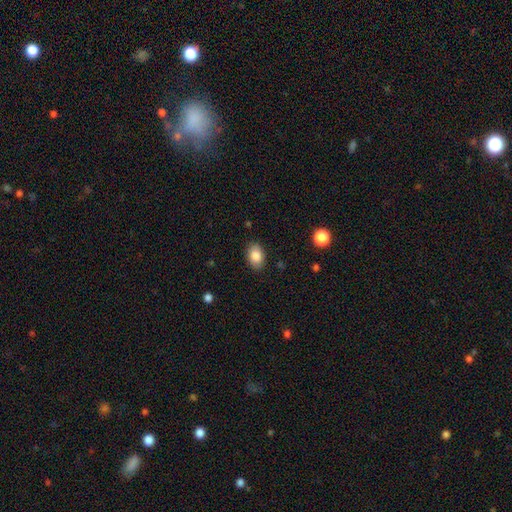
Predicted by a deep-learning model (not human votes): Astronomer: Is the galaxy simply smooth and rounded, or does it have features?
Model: smooth — 86%.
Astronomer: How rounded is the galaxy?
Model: in between — 86%.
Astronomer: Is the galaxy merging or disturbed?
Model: none — 87%.